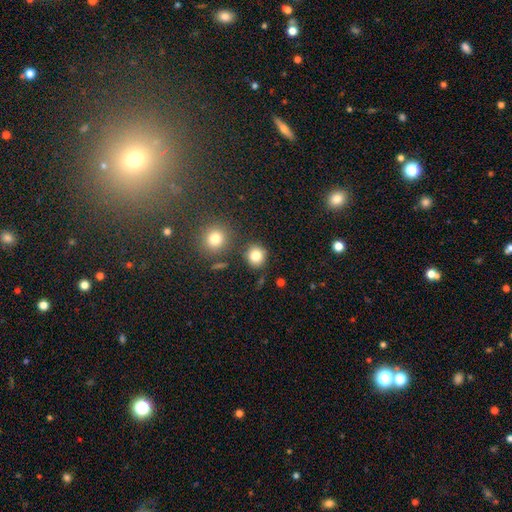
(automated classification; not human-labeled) The model was most divided on "smooth or featured": smooth: 82%, star or artifact: 12%, featured or disk: 6%. More confident: how rounded — round (89%); merging — none (82%).